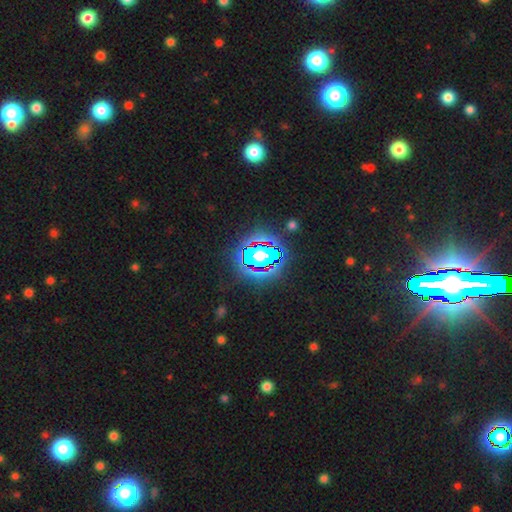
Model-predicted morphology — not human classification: Smooth or featured: star or artifact — 83% (smooth — 10%)